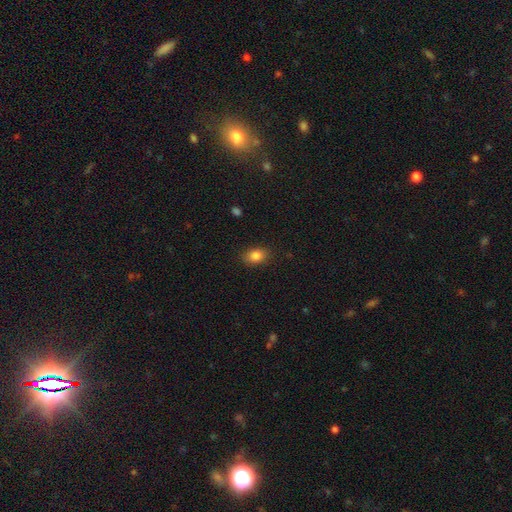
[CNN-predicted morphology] type=smooth (84%); roundness=in between (78%); merging=none (86%).